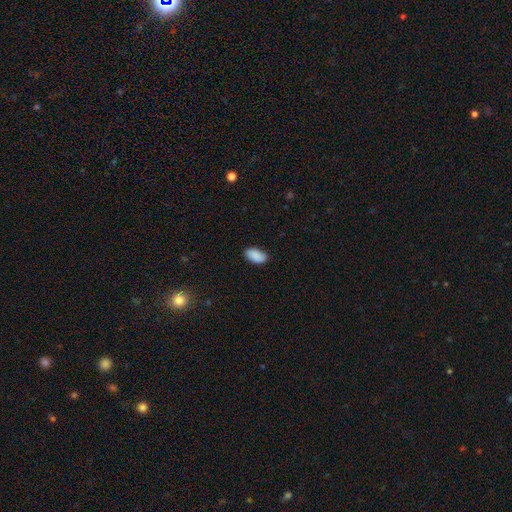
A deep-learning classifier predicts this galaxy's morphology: smooth 90%, star or artifact 7%, featured or disk 3%. Down the decision tree: how rounded — in between (95%); merging — none (85%).